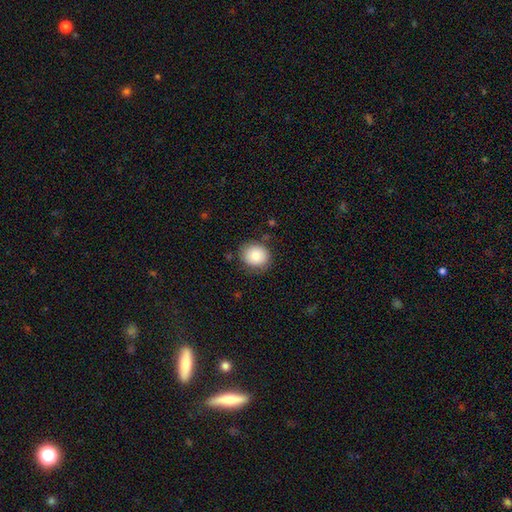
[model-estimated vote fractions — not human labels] This appears to be a smooth galaxy with no disk features (84%) that is round (76%). Merging: none (80%).